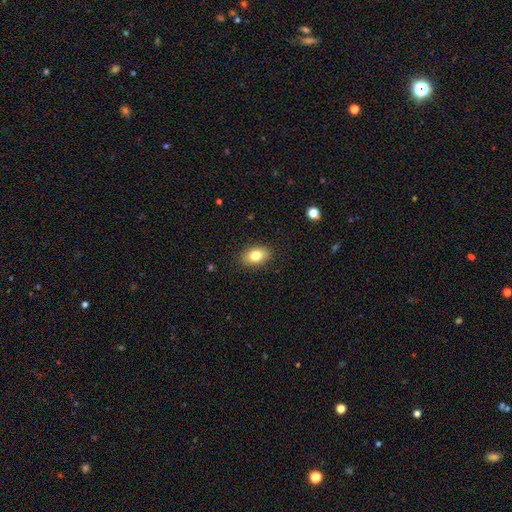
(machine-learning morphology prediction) Smooth or featured?
  - smooth: 78% *
  - featured or disk: 13%
  - star or artifact: 8%
How rounded?
  - in between: 85% *
  - round: 12%
  - cigar-shaped: 3%
Merging?
  - none: 88% *
  - minor disturbance: 9%
  - major disturbance: 2%
  - merger: 1%